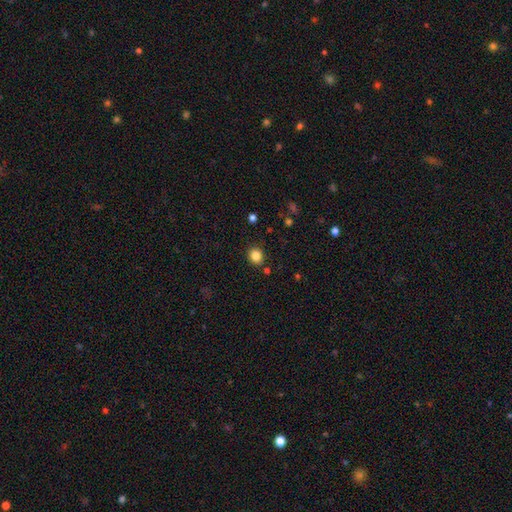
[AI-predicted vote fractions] Smooth or featured: smooth — 84% (star or artifact — 11%)
How rounded: round — 79% (in between — 20%)
Merging: none — 87% (minor disturbance — 8%)